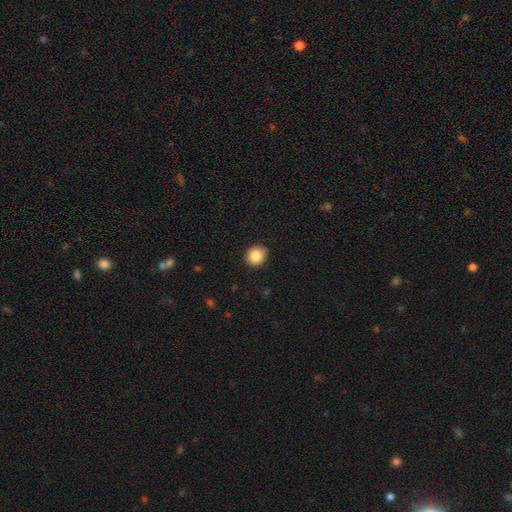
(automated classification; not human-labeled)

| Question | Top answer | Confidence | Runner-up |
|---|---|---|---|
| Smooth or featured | smooth | 85% | star or artifact (9%) |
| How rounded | round | 90% | in between (9%) |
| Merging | none | 90% | minor disturbance (7%) |